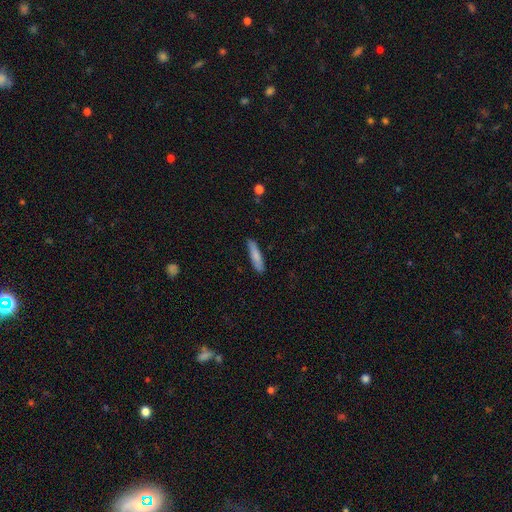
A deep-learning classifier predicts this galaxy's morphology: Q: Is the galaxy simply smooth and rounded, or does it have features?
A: smooth — 82%.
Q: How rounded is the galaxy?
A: cigar-shaped — 83%.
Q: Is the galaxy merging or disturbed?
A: none — 85%.